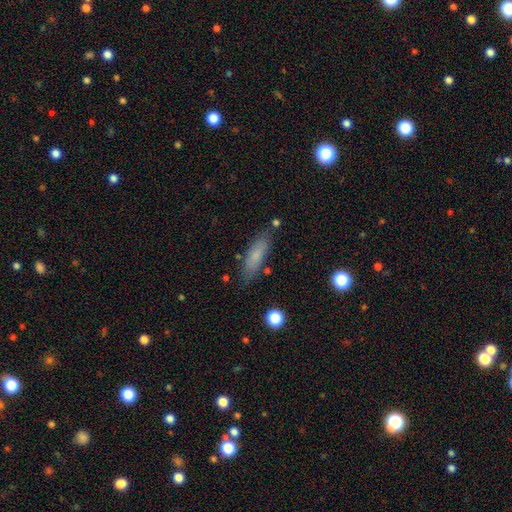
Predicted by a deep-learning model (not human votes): A smooth galaxy with no disk features (76%) that is cigar-shaped (56%). Merging: none (80%).